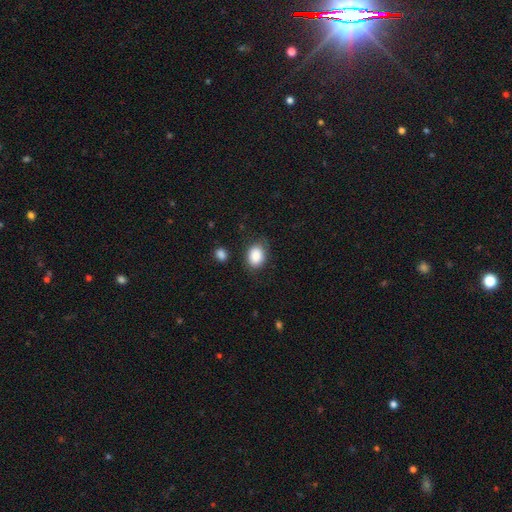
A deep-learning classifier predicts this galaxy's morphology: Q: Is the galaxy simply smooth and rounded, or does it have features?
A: smooth — 88%.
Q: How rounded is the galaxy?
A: in between — 65%.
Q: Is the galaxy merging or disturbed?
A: none — 74%.